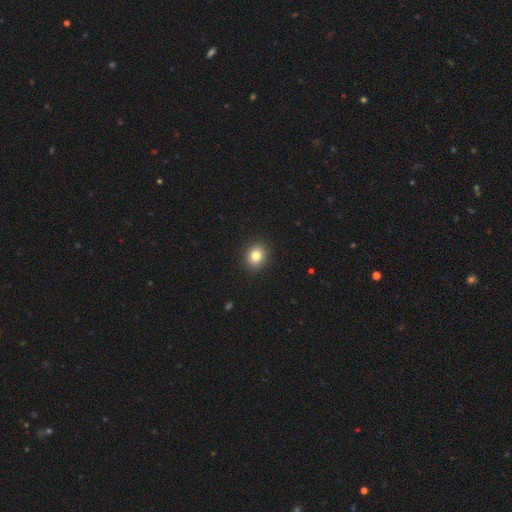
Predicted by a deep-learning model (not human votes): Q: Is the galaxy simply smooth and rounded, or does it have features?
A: smooth — 82%.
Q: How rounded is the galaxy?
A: round — 59%.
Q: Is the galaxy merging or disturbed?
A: none — 91%.